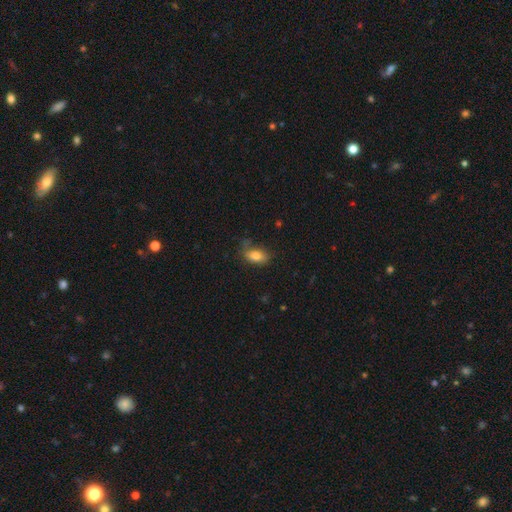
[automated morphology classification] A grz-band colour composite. It shows a smooth galaxy with no disk features (81%) that is in between round and cigar-shaped (87%). Merging: none (60%).